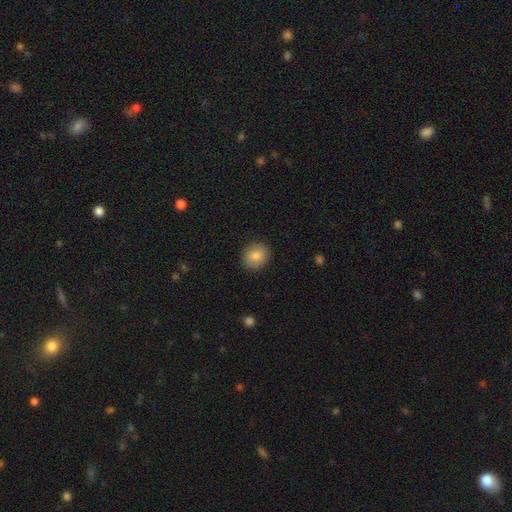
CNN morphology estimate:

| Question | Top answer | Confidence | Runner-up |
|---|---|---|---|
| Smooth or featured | smooth | 85% | star or artifact (8%) |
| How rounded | round | 72% | in between (27%) |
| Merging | none | 90% | minor disturbance (7%) |